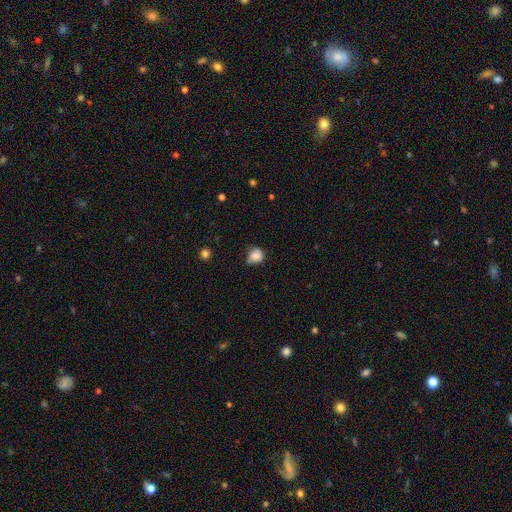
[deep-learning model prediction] smooth 81%, star or artifact 10%, featured or disk 9%. Down the decision tree: how rounded — round (68%); merging — none (43%).